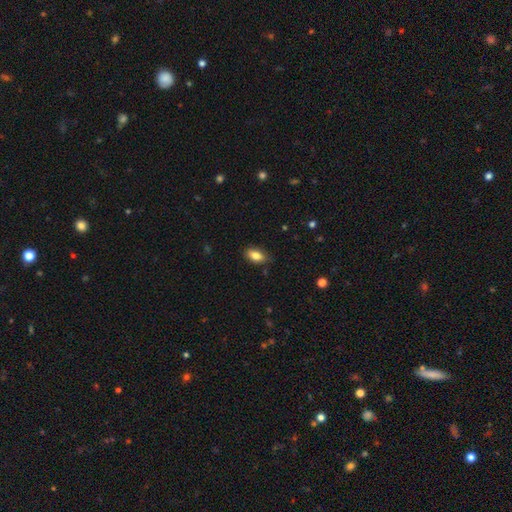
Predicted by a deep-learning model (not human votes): Smooth or featured? smooth (83%)
How rounded? in between (89%)
Merging? none (83%)